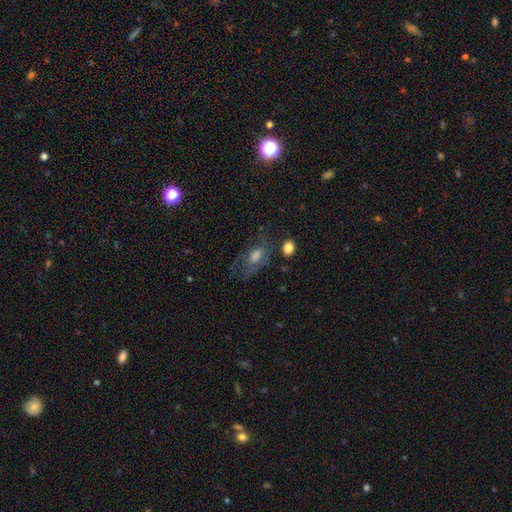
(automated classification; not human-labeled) A featured or disk galaxy (46%).

Vote fractions:
- Smooth or featured? featured or disk: 46% / smooth: 36% / star or artifact: 18%
- Merging? none: 50% / major disturbance: 24% / minor disturbance: 21% / merger: 5%